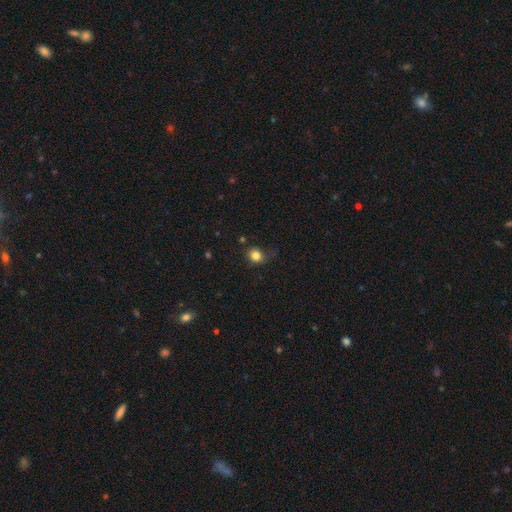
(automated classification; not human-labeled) Smooth or featured?
  - smooth: 82% *
  - star or artifact: 12%
  - featured or disk: 6%
How rounded?
  - round: 72% *
  - in between: 27%
  - cigar-shaped: 1%
Merging?
  - none: 70% *
  - minor disturbance: 21%
  - major disturbance: 7%
  - merger: 2%